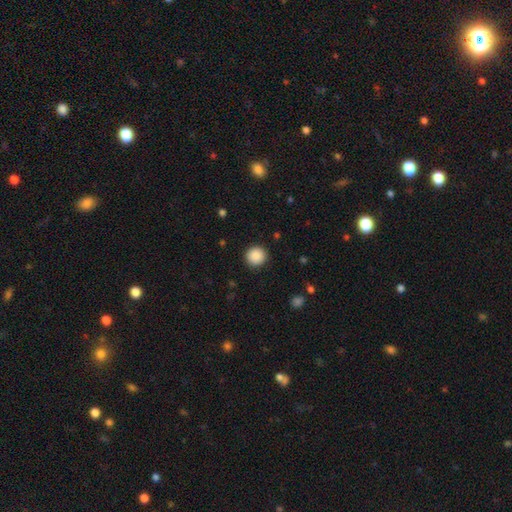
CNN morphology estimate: smooth-or-featured: smooth: 89% | star or artifact: 8% | featured or disk: 3%
  how-rounded: round: 94% | in between: 5% | cigar-shaped: 1%
  merging: none: 92% | minor disturbance: 5% | major disturbance: 2% | merger: 1%